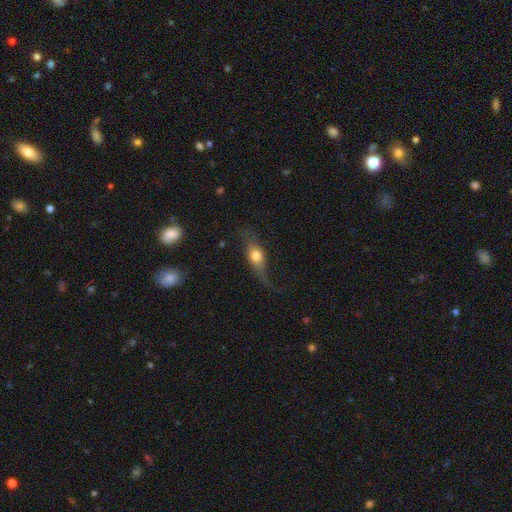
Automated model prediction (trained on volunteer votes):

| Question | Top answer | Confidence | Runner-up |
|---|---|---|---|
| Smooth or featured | smooth | 50% | featured or disk (41%) |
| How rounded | in between | 55% | cigar-shaped (29%) |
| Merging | none | 51% | minor disturbance (25%) |